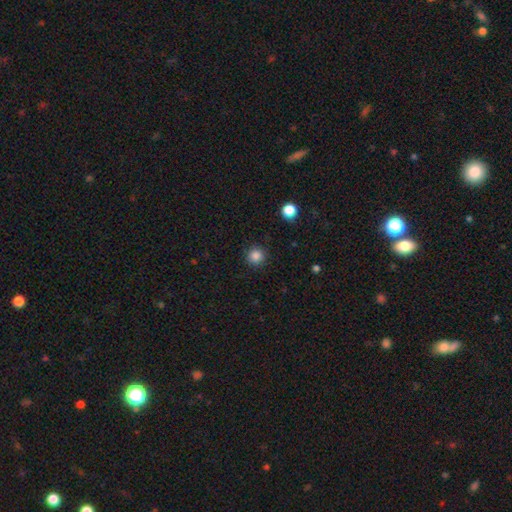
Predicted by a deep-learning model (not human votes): The model was most divided on "smooth or featured": smooth: 85%, star or artifact: 12%, featured or disk: 3%. More confident: how rounded — round (95%); merging — none (90%).